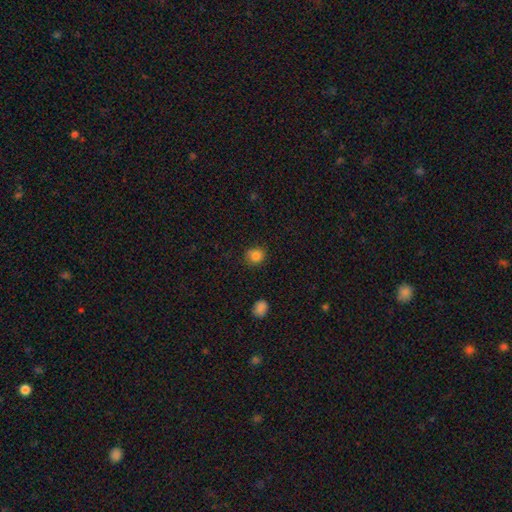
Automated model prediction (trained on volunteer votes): The model was most divided on "how rounded": round: 80%, in between: 19%, cigar-shaped: 1%. More confident: merging — none (86%); smooth or featured — smooth (84%).